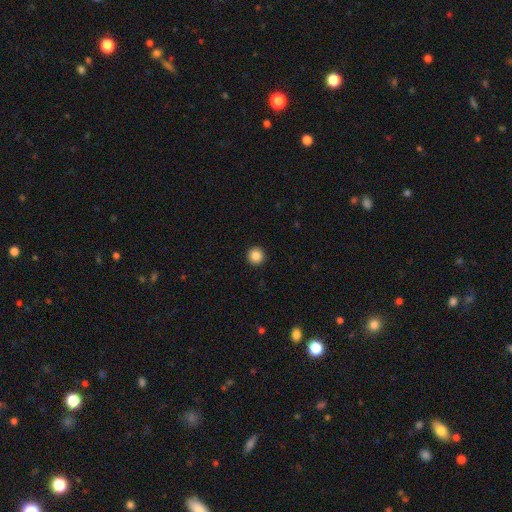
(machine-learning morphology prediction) Smooth or featured? smooth (86%)
How rounded? round (96%)
Merging? none (94%)